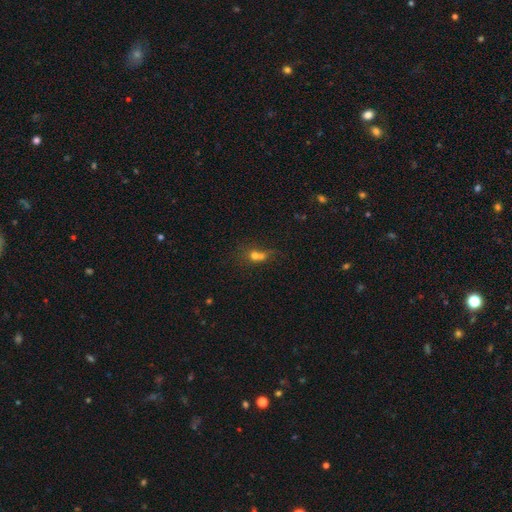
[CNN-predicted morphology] A smooth galaxy with no disk features (64%) that is round (72%).

Vote fractions:
- Smooth or featured? smooth: 64% / featured or disk: 20% / star or artifact: 17%
- How rounded? round: 72% / in between: 26% / cigar-shaped: 2%
- Merging? merger: 64% / none: 23% / minor disturbance: 7% / major disturbance: 6%